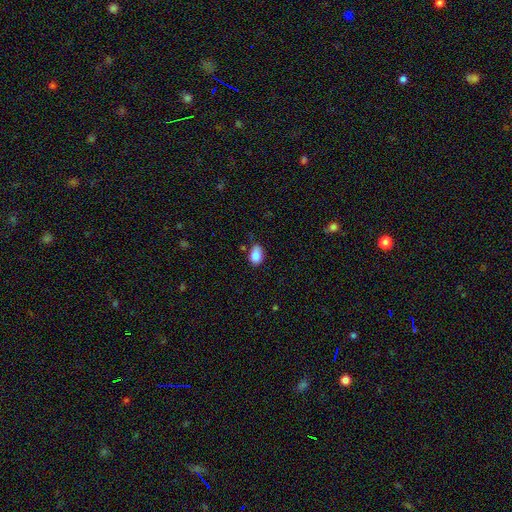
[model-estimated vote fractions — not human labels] smooth_or_featured: smooth (p=0.85) [alt: star or artifact p=0.08]
how_rounded: in between (p=0.79) [alt: round p=0.20]
merging: none (p=0.63) [alt: minor disturbance p=0.28]